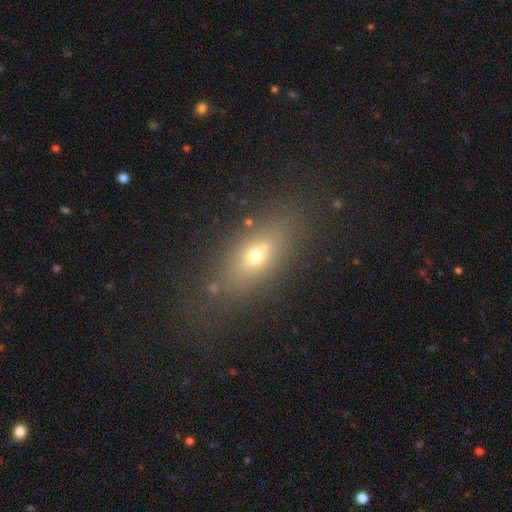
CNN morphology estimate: This appears to be a smooth galaxy with no disk features (57%) that is in between round and cigar-shaped (62%). Merging: none (74%).